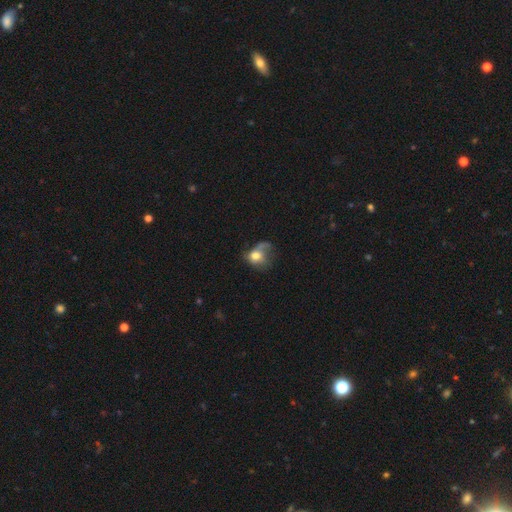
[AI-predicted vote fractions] This is likely a smooth galaxy (60%). How rounded: possibly round (50%). Merging: possibly major disturbance (45%).